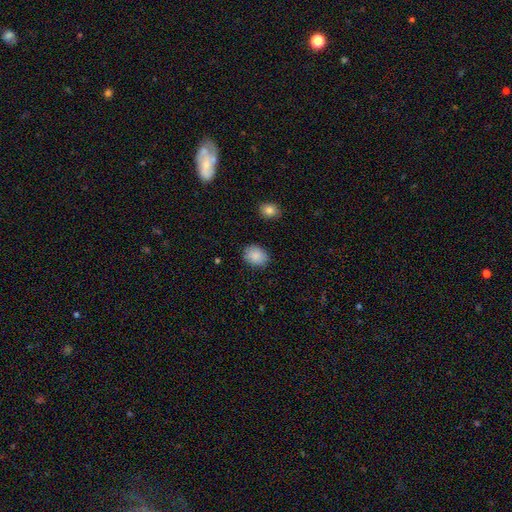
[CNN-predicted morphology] smooth 89%, star or artifact 7%, featured or disk 4%. Down the decision tree: how rounded — in between (61%); merging — none (86%).